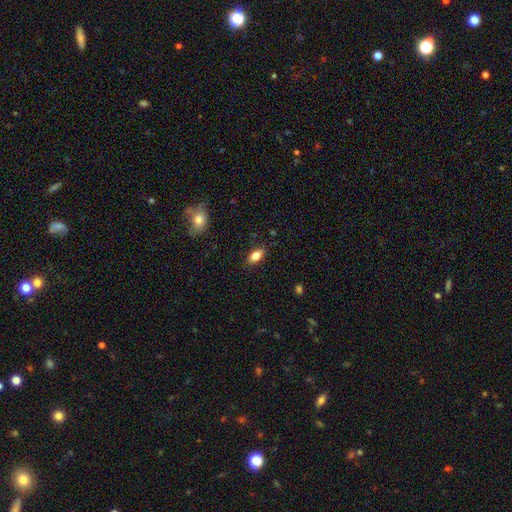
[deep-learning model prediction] Morphology: type=smooth (80%); roundness=in between (86%); merging=none (85%).